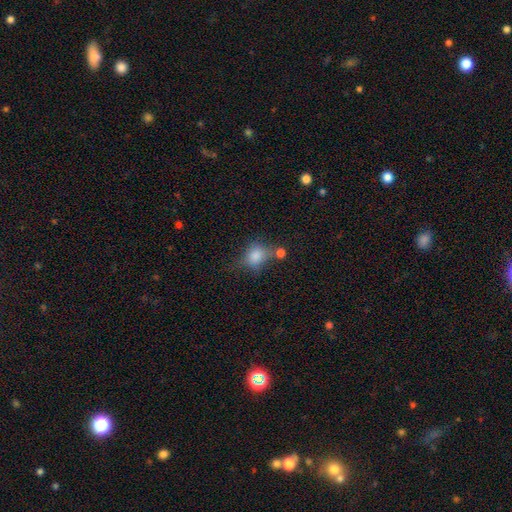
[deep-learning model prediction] Smooth or featured? smooth (79%)
How rounded? round (54%)
Merging? none (50%)